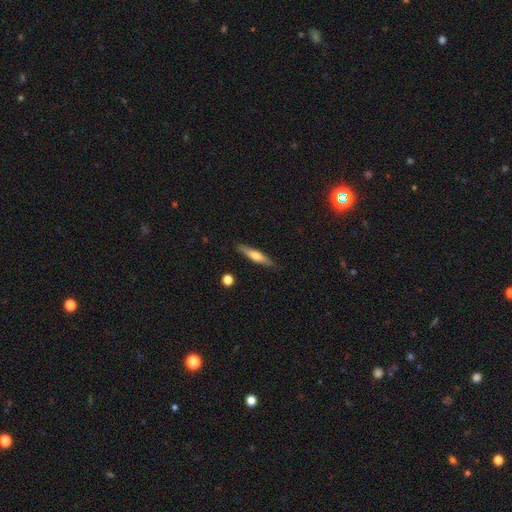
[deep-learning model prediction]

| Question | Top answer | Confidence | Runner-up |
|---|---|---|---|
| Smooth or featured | smooth | 53% | featured or disk (41%) |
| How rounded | cigar-shaped | 84% | in between (15%) |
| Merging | none | 88% | minor disturbance (9%) |